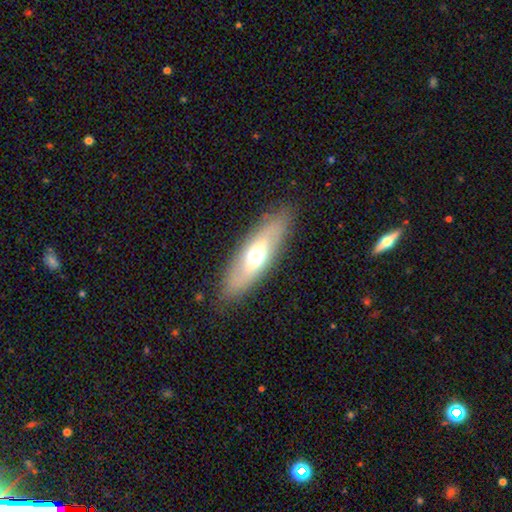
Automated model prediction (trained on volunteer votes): Smooth or featured? Predicted: smooth (p=0.50). How rounded? Predicted: in between (p=0.57). Merging? Predicted: none (p=0.85).